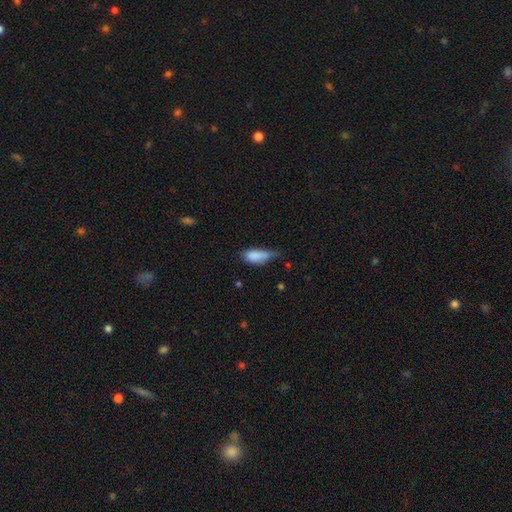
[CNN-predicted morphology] Smooth or featured?
  - smooth: 82% *
  - featured or disk: 11%
  - star or artifact: 7%
How rounded?
  - in between: 82% *
  - cigar-shaped: 15%
  - round: 3%
Merging?
  - minor disturbance: 49% *
  - none: 28%
  - major disturbance: 18%
  - merger: 4%